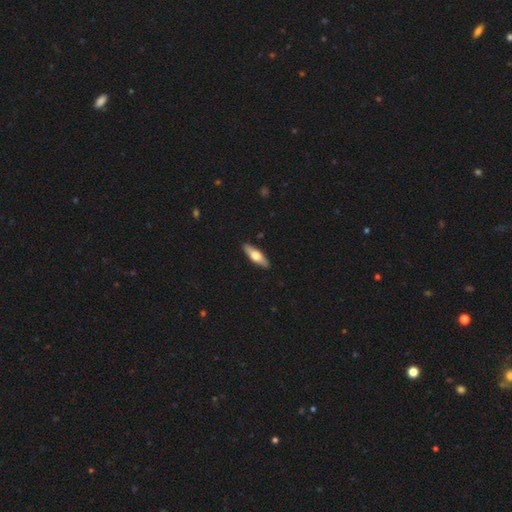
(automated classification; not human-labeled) Overall: smooth (52%; featured or disk 43%). How rounded: cigar-shaped (53%; in between 45%). Merging: none (90%).